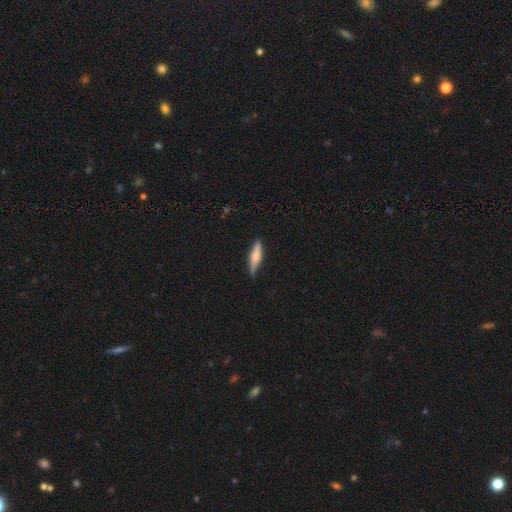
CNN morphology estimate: Smooth or featured?
  - smooth: 61% *
  - featured or disk: 33%
  - star or artifact: 6%
How rounded?
  - cigar-shaped: 77% *
  - in between: 21%
  - round: 2%
Merging?
  - none: 73% *
  - minor disturbance: 22%
  - major disturbance: 4%
  - merger: 2%